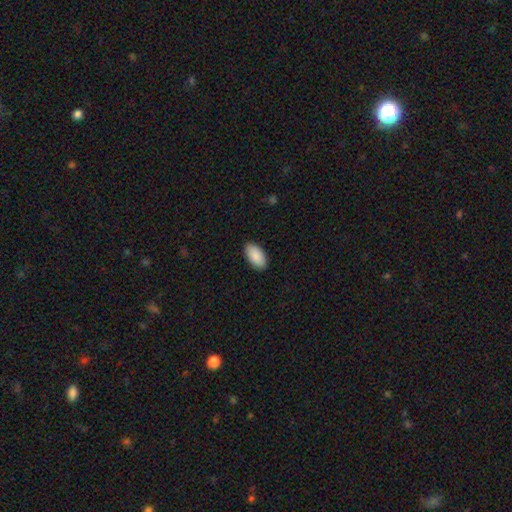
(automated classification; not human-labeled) smooth 90%, star or artifact 6%, featured or disk 4%. Down the decision tree: how rounded — in between (95%); merging — none (89%).